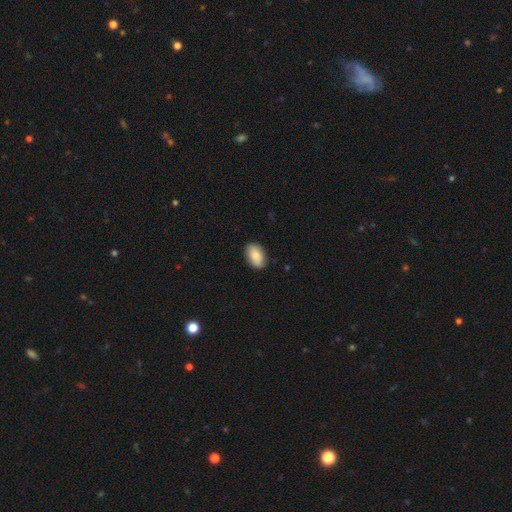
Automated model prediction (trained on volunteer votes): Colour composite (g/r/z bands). It shows a smooth galaxy with no disk features (83%) that is in between round and cigar-shaped (92%). Merging: none (86%).